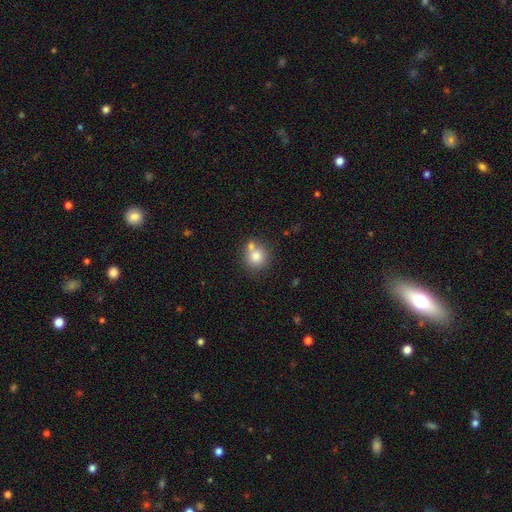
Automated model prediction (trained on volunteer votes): A smooth galaxy with no disk features (78%) that is round (87%). Merging: none (56%).